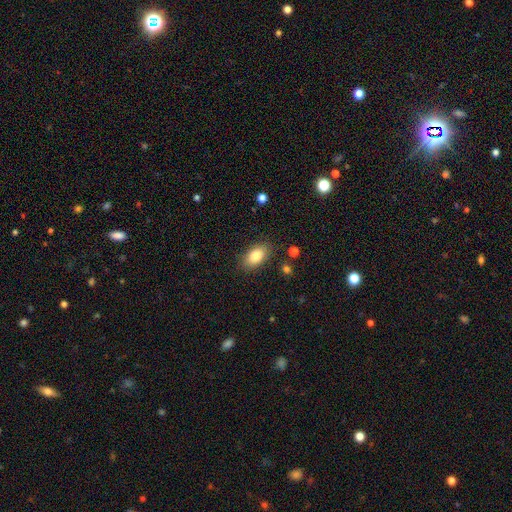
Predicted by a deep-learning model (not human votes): Smooth or featured? Predicted: smooth (p=0.84). How rounded? Predicted: in between (p=0.92). Merging? Predicted: none (p=0.85).